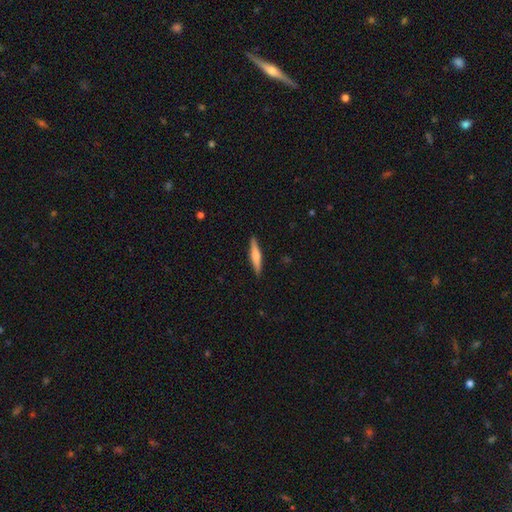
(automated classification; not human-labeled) A smooth galaxy with no disk features (50%) that is cigar-shaped (88%). Merging: none (90%).